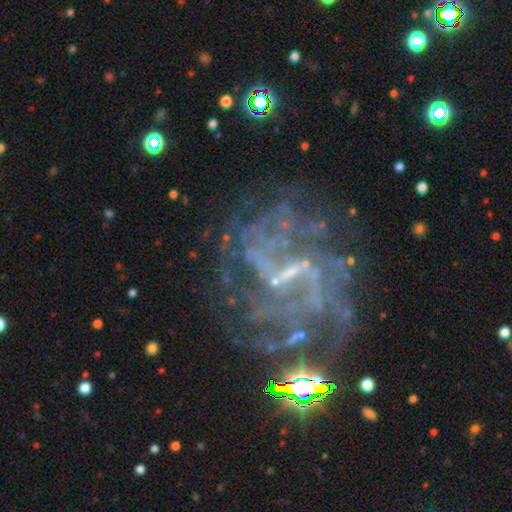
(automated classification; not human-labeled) This appears to be a featured or disk galaxy (83%) with a strong bar (41%), 2 (34%) medium (44%) spiral arms (89%) and a small central bulge (53%). Merging: none (52%).